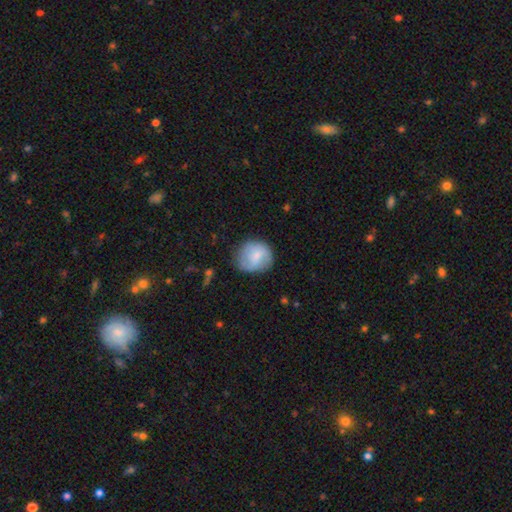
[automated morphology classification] This appears to be a smooth galaxy with no disk features (69%) that is round (80%). Merging: none (69%).